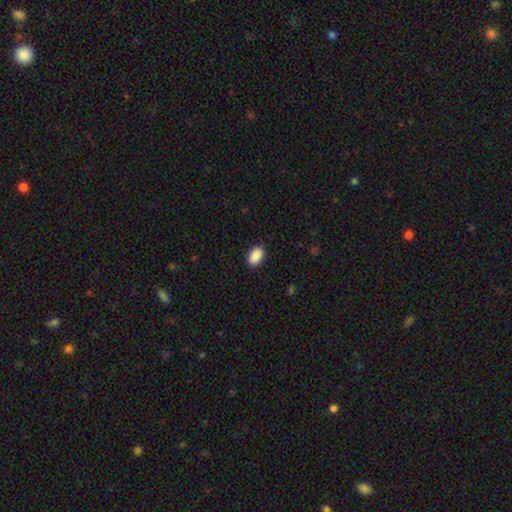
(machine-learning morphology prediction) smooth_or_featured: smooth (p=0.91) [alt: star or artifact p=0.07]
how_rounded: in between (p=0.92) [alt: round p=0.07]
merging: none (p=0.89) [alt: minor disturbance p=0.08]